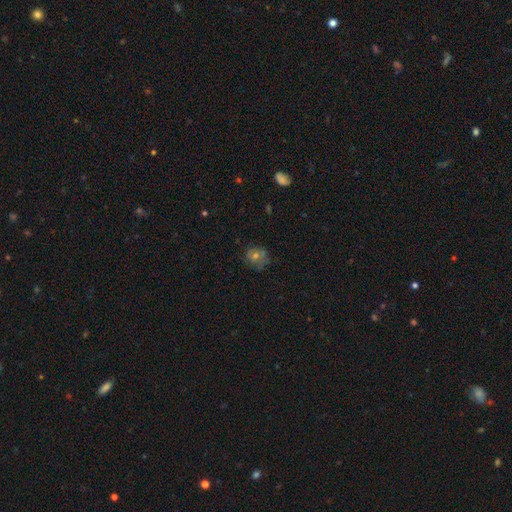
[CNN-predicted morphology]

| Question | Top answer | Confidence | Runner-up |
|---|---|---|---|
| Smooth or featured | smooth | 44% | featured or disk (35%) |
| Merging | none | 68% | minor disturbance (20%) |